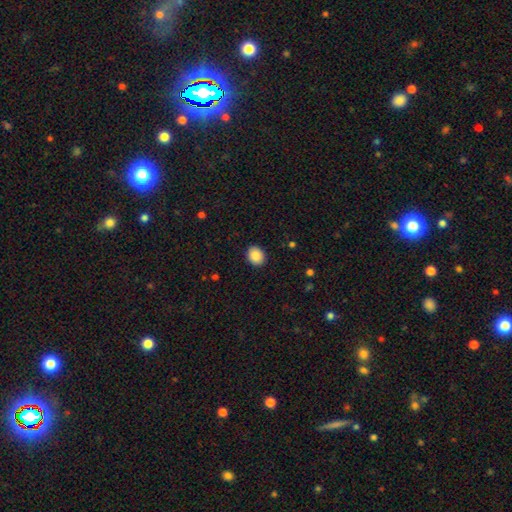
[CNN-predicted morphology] The model was most divided on "how rounded": round: 51%, in between: 49%, cigar-shaped: 1%. More confident: merging — none (91%); smooth or featured — smooth (88%).